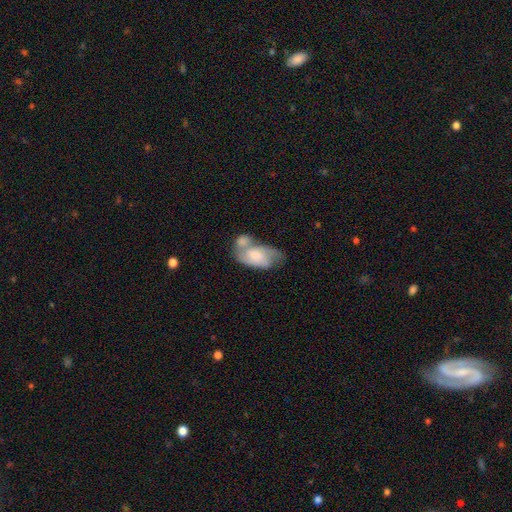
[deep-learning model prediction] A smooth galaxy with no disk features (48%).

Vote fractions:
- Smooth or featured? smooth: 48% / featured or disk: 46% / star or artifact: 6%
- Merging? merger: 50% / none: 21% / minor disturbance: 16% / major disturbance: 13%